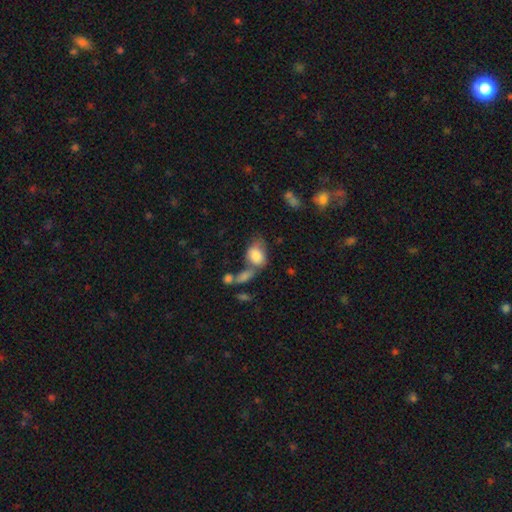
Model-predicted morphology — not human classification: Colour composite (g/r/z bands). It shows a smooth galaxy with no disk features (77%) that is in between round and cigar-shaped (80%). Merging: merger (34%).